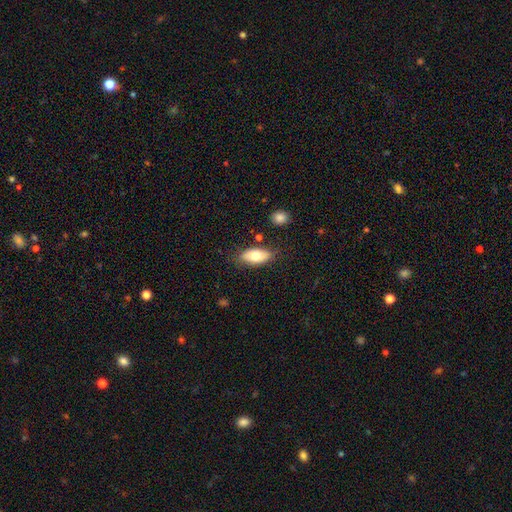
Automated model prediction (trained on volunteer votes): This appears to be a smooth galaxy with no disk features (73%) that is in between round and cigar-shaped (89%). Merging: none (78%).